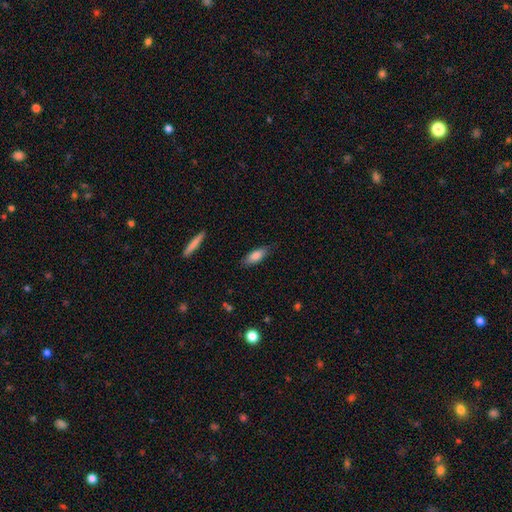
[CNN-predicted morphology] smooth 81%, featured or disk 12%, star or artifact 7%. Down the decision tree: how rounded — in between (66%); merging — none (83%).